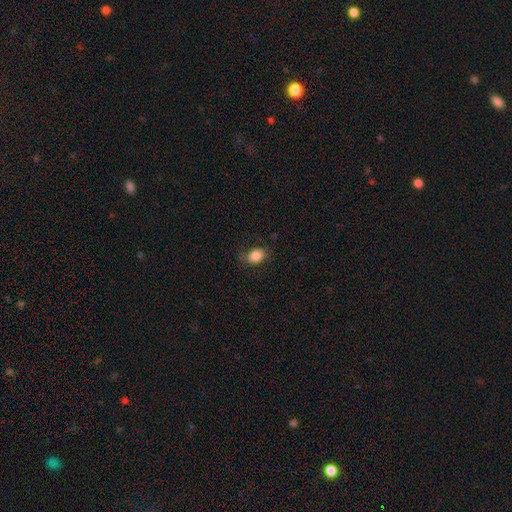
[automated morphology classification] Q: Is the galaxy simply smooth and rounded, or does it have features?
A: smooth — 83%.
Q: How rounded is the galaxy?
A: in between — 68%.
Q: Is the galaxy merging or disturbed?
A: none — 76%.